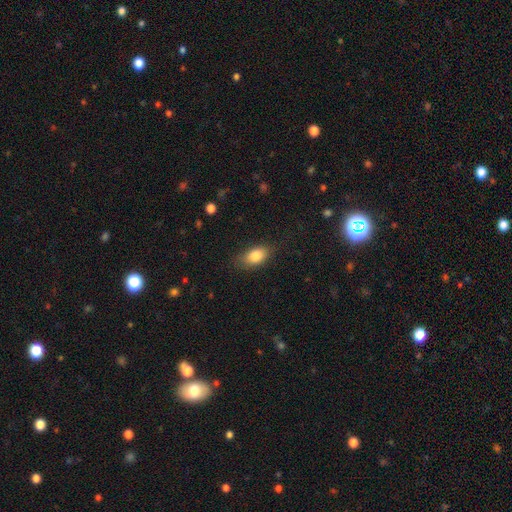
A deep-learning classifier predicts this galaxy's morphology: smooth 83%, featured or disk 9%, star or artifact 8%. Down the decision tree: how rounded — in between (87%); merging — none (77%).